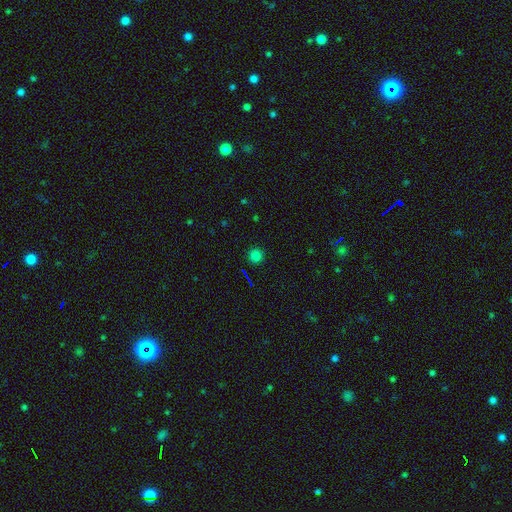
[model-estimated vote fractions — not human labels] smooth_or_featured: smooth (p=0.79) [alt: star or artifact p=0.17]
how_rounded: round (p=0.95) [alt: in between p=0.04]
merging: none (p=0.91) [alt: minor disturbance p=0.05]